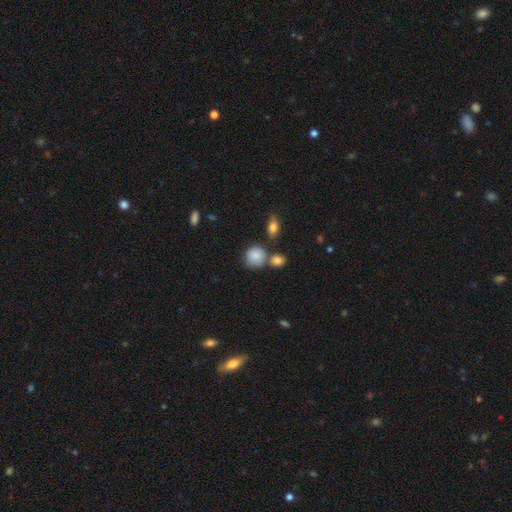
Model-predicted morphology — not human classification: smooth-or-featured: smooth: 84% | star or artifact: 8% | featured or disk: 8%
  how-rounded: round: 78% | in between: 20% | cigar-shaped: 1%
  merging: none: 60% | merger: 20% | minor disturbance: 15% | major disturbance: 4%